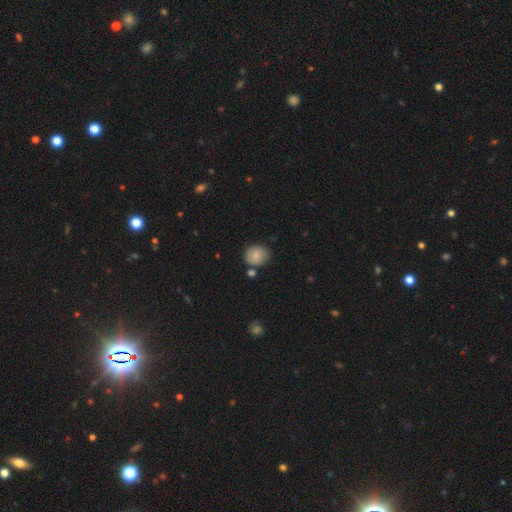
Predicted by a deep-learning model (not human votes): Smooth or featured? smooth (80%)
How rounded? round (76%)
Merging? none (74%)